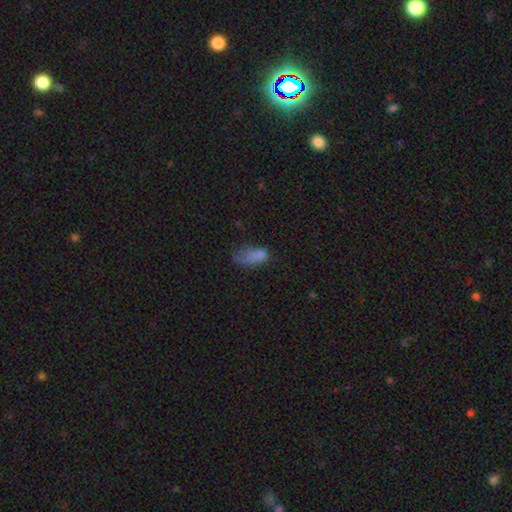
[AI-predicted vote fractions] Smooth or featured? smooth (73%)
How rounded? in between (84%)
Merging? major disturbance (34%)